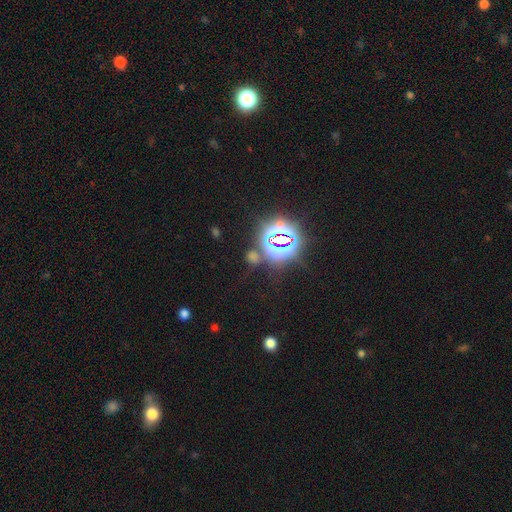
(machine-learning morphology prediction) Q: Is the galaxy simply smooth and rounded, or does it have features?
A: star or artifact — 77%.